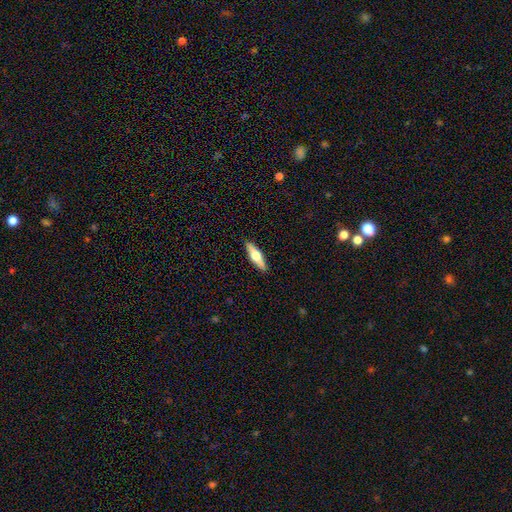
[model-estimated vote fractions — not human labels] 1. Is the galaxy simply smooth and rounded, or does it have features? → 54% featured or disk, 41% smooth, 6% star or artifact.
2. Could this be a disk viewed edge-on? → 94% yes, 6% no.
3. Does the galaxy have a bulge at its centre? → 95% rounded, 3% boxy, 2% none.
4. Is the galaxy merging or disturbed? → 91% none, 7% minor disturbance, 2% major disturbance, 1% merger.